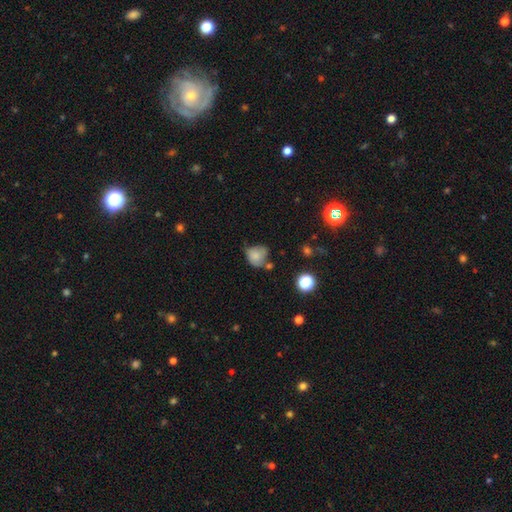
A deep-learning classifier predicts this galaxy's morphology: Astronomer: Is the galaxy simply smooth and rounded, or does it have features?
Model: smooth — 75%.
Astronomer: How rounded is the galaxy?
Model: round — 70%.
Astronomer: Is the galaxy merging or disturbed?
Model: none — 37% (runner-up: minor disturbance, 35%).